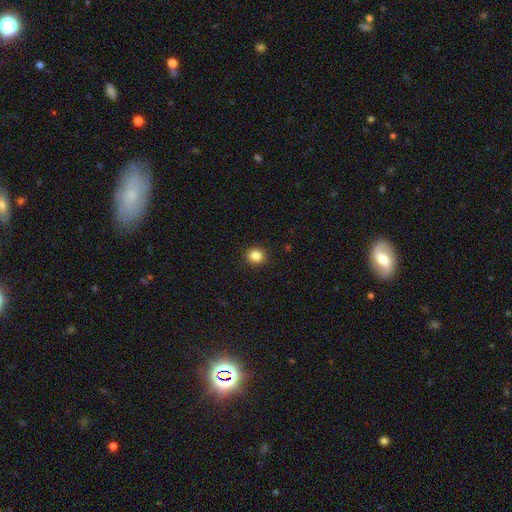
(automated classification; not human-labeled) This is clearly a smooth galaxy (85%). How rounded: clearly round (80%). Merging: clearly none (92%).